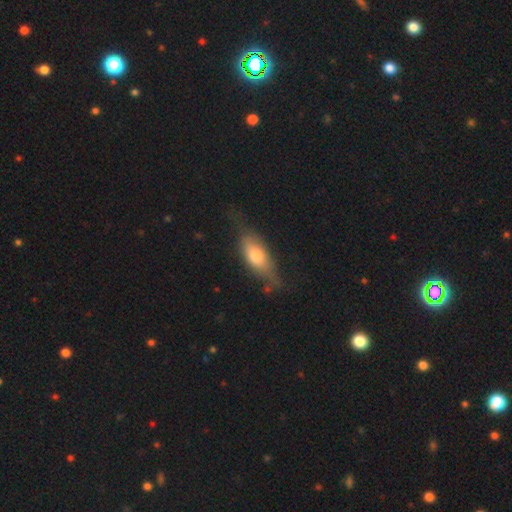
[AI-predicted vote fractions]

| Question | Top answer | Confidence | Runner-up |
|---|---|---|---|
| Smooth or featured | smooth | 66% | featured or disk (27%) |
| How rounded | in between | 77% | cigar-shaped (20%) |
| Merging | none | 52% | minor disturbance (32%) |